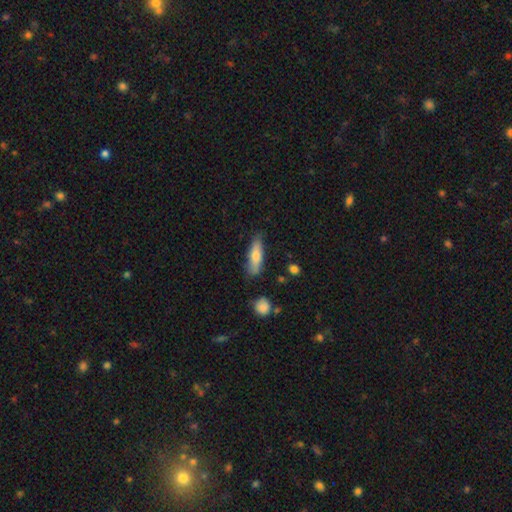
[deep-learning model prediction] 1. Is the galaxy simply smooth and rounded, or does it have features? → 70% smooth, 24% featured or disk, 6% star or artifact.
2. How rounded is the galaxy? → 55% cigar-shaped, 42% in between, 2% round.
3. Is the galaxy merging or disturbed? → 78% none, 17% minor disturbance, 3% major disturbance, 2% merger.